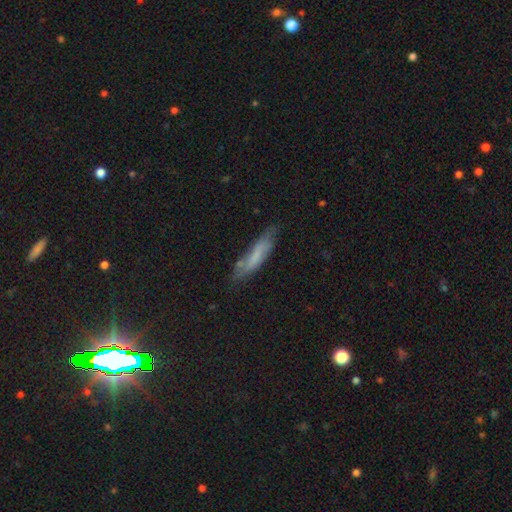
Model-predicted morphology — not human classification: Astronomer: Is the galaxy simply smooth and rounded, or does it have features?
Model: smooth — 54% (runner-up: featured or disk, 36%).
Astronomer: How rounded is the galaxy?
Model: cigar-shaped — 76%.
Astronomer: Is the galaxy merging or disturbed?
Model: none — 65%.